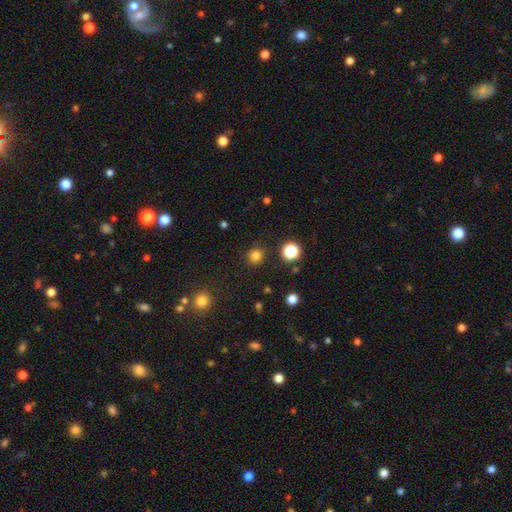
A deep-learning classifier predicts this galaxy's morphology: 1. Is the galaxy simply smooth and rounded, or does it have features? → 81% smooth, 15% star or artifact, 4% featured or disk.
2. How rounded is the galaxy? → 92% round, 7% in between, 1% cigar-shaped.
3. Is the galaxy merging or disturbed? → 90% none, 6% minor disturbance, 2% major disturbance, 2% merger.